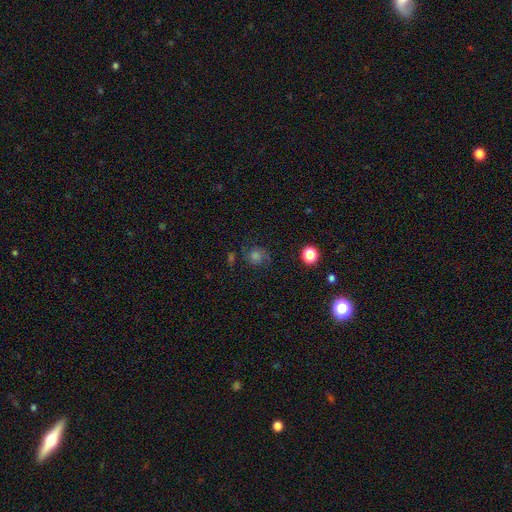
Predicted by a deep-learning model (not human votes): Morphology: type=smooth (41%); merging=none (71%).